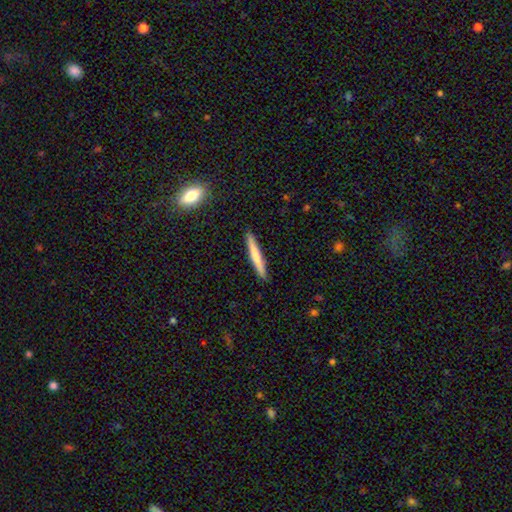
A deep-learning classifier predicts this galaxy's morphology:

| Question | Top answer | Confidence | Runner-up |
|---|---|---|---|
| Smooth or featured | smooth | 66% | featured or disk (29%) |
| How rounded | cigar-shaped | 96% | in between (3%) |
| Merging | none | 91% | minor disturbance (7%) |